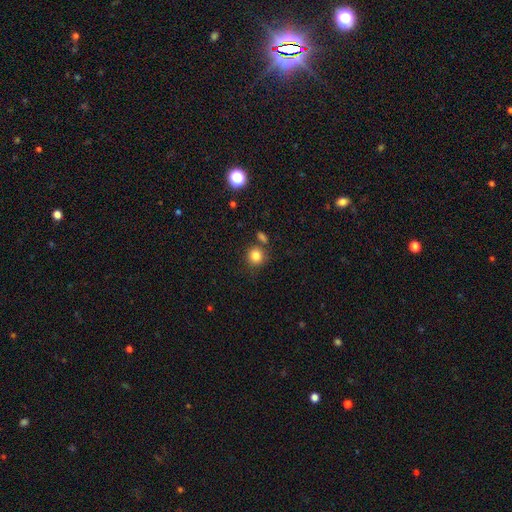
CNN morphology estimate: Smooth or featured: smooth — 82% (star or artifact — 12%)
How rounded: round — 87% (in between — 12%)
Merging: none — 74% (minor disturbance — 11%)